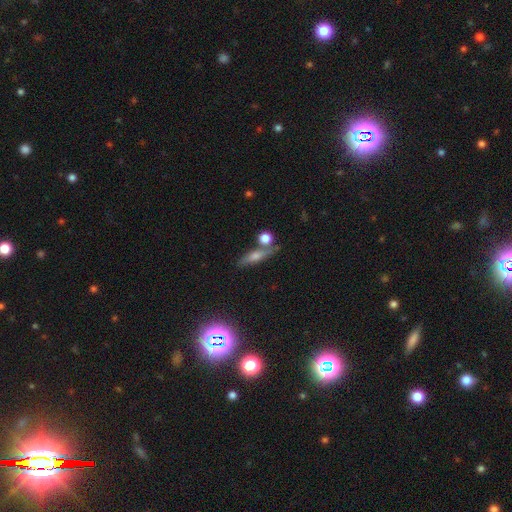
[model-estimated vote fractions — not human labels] Morphology: type=smooth (45%); merging=none (72%).